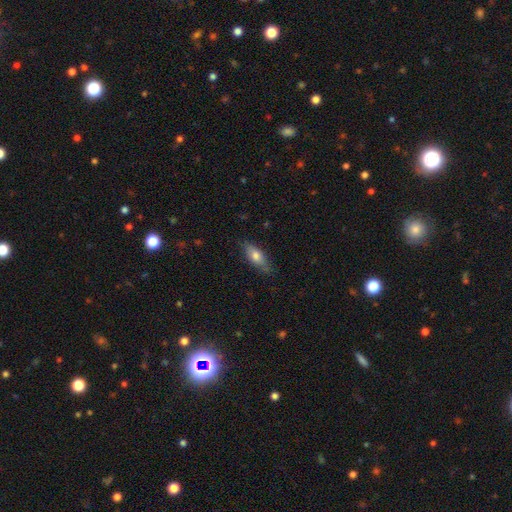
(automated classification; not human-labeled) This appears to be a smooth galaxy with no disk features (71%) that is in between round and cigar-shaped (70%). Merging: none (77%).